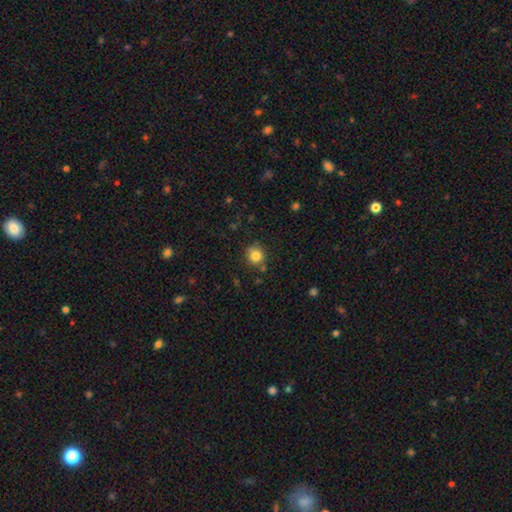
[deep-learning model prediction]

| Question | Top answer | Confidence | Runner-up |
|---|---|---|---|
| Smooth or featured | smooth | 83% | star or artifact (11%) |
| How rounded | round | 89% | in between (10%) |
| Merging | none | 82% | minor disturbance (11%) |